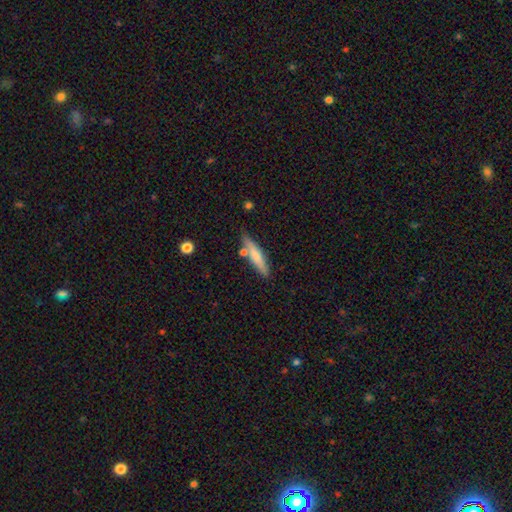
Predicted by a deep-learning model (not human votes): A smooth galaxy with no disk features (66%) that is cigar-shaped (87%). Merging: none (77%).